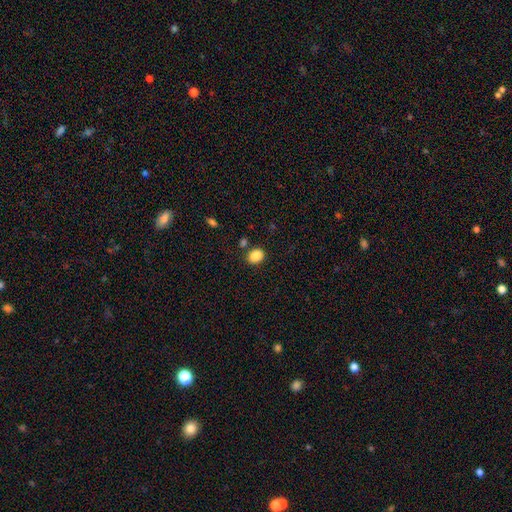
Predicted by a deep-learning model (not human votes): This appears to be a smooth galaxy with no disk features (87%) that is in between round and cigar-shaped (51%). Merging: none (79%).